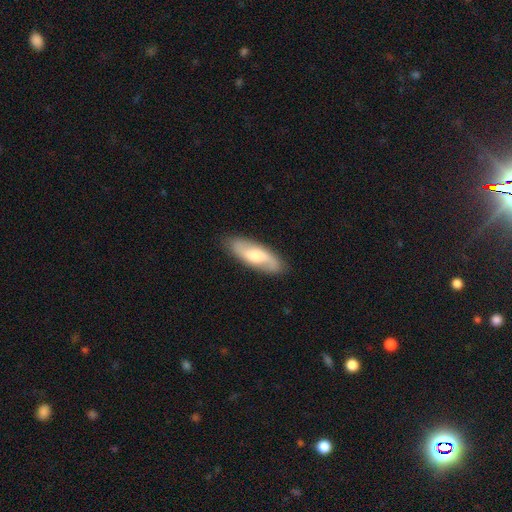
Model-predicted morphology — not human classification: A featured or disk galaxy (55%). Merging: none (86%).